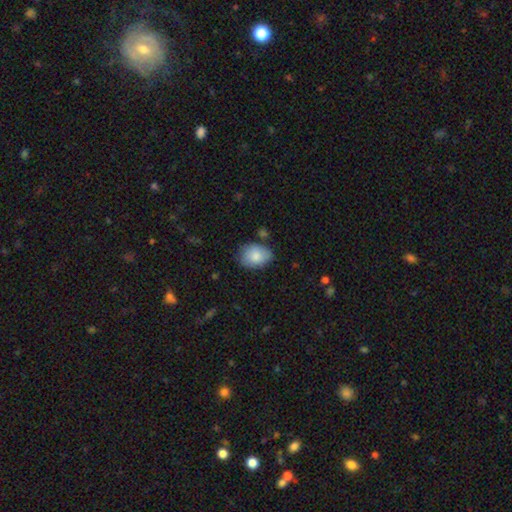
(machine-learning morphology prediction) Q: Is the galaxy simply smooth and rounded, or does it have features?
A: smooth — 83%.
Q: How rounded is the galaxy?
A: in between — 75%.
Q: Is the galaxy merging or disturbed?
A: none — 69%.